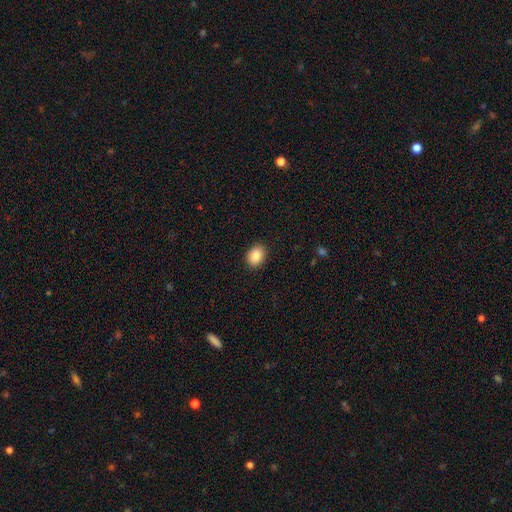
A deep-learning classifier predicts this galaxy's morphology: smooth-or-featured: smooth: 87% | star or artifact: 8% | featured or disk: 5%
  how-rounded: in between: 60% | round: 39% | cigar-shaped: 1%
  merging: none: 90% | minor disturbance: 7% | major disturbance: 2% | merger: 1%